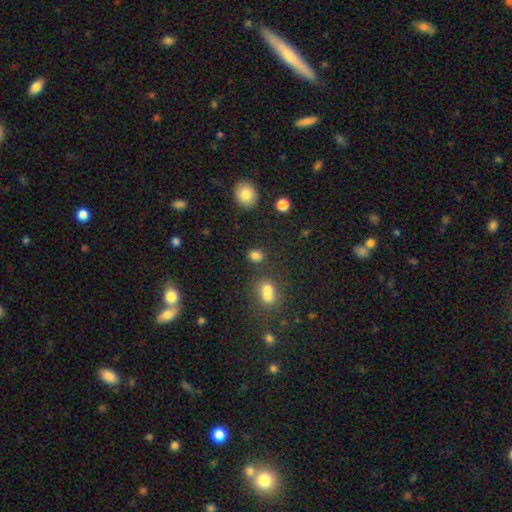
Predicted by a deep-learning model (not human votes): Overall: smooth (79%). How rounded: in between (51%; round 48%). Merging: none (71%).